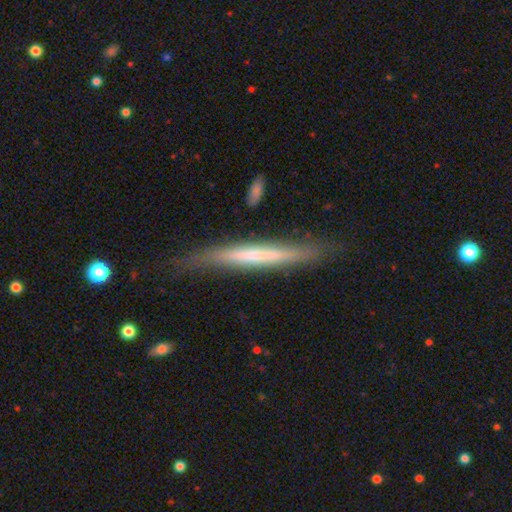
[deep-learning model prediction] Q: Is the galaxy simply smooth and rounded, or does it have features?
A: featured or disk — 50%.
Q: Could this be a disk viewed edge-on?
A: yes — 92%.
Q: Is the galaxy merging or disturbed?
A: none — 79%.